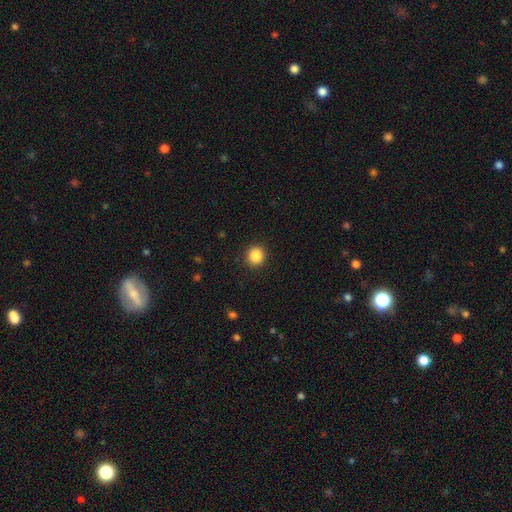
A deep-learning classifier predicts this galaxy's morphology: Smooth or featured? smooth (87%)
How rounded? round (90%)
Merging? none (91%)